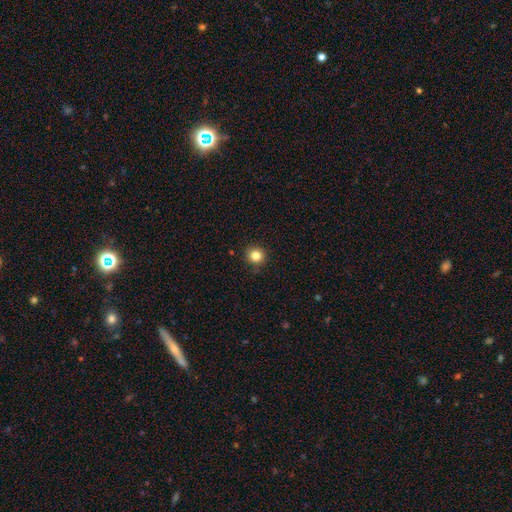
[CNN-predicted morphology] Smooth or featured: smooth — 83% (star or artifact — 11%)
How rounded: round — 94% (in between — 6%)
Merging: none — 91% (minor disturbance — 6%)